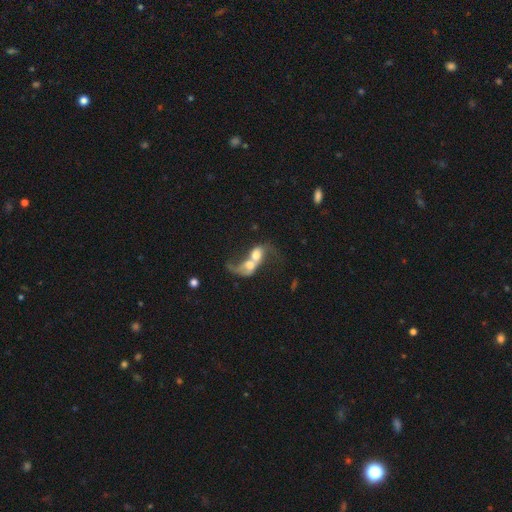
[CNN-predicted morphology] type=featured or disk (53%); edge-on=no (95%); bar=no (71%); spiral arms=yes (60%); bulge=moderate (39%); merging=merger (83%).